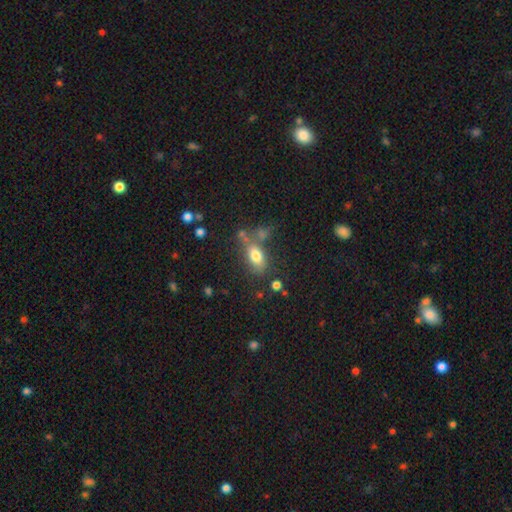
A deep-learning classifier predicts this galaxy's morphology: Smooth or featured? Predicted: smooth (p=0.76). How rounded? Predicted: in between (p=0.83). Merging? Predicted: none (p=0.57).